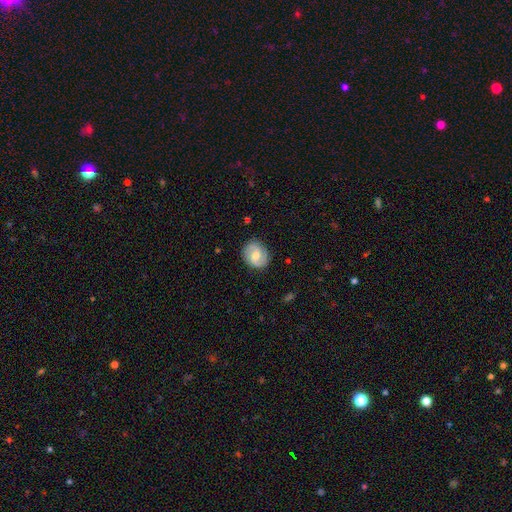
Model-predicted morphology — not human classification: smooth-or-featured: featured or disk: 76% | smooth: 19% | star or artifact: 5%
  disk-edge-on: no: 98% | yes: 2%
    bar: weak: 49% | no: 38% | strong: 14%
    has-spiral-arms: yes: 93% | no: 7%
      spiral-winding: medium: 48% | tight: 35% | loose: 17%
      spiral-arm-count: 2: 90% | can't tell: 5% | 1: 2% | 3: 1% | 4: 1% | more than 4: 1%
    bulge-size: moderate: 68% | small: 24% | large: 6% | none: 2% | dominant: 1%
  merging: none: 85% | minor disturbance: 11% | major disturbance: 3% | merger: 1%